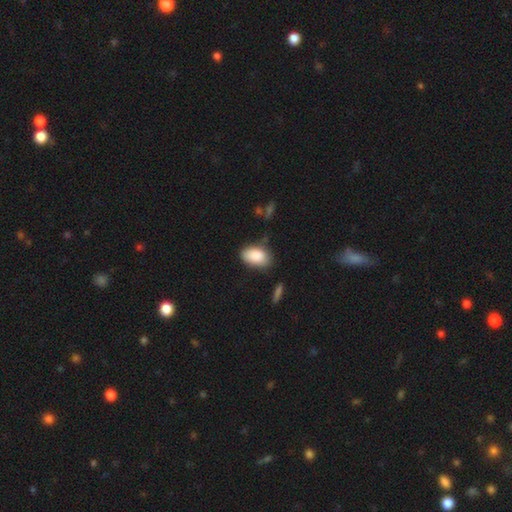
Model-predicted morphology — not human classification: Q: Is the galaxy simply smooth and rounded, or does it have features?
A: smooth — 87%.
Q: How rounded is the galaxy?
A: in between — 92%.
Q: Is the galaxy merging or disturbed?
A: none — 69%.